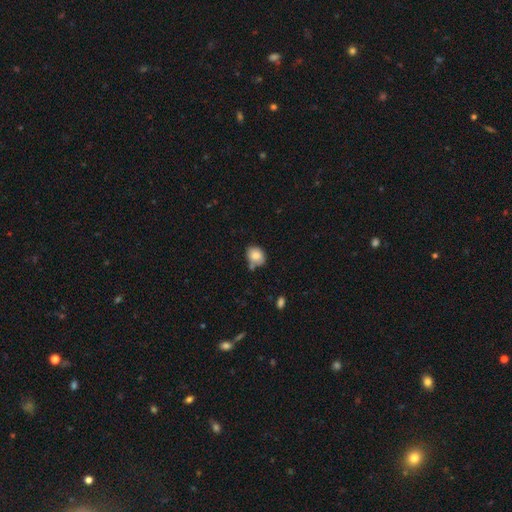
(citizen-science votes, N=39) smooth_or_featured: smooth (p=0.79) [alt: featured or disk p=0.18]
how_rounded: in between (p=0.61) [alt: round p=0.39]
merging: none (p=0.63) [alt: minor disturbance p=0.16]